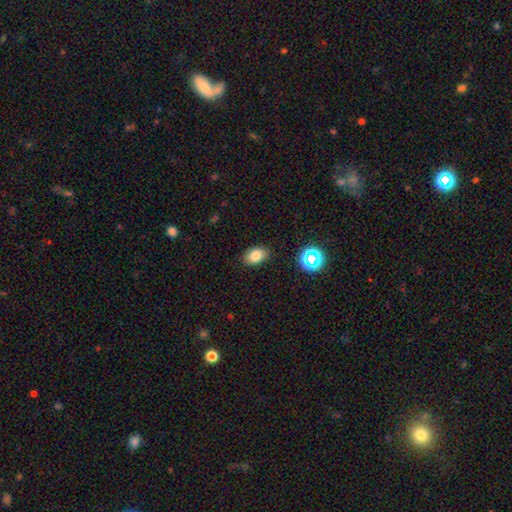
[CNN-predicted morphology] Q: Smooth or featured?
A: smooth (79%); runner-up: star or artifact (12%)
Q: How rounded?
A: in between (86%); runner-up: round (13%)
Q: Merging?
A: none (87%); runner-up: minor disturbance (10%)